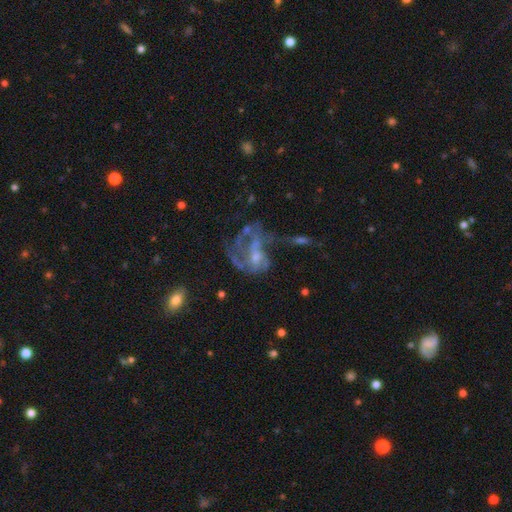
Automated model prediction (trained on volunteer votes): smooth_or_featured: featured or disk (p=0.73) [alt: star or artifact p=0.14]
disk_edge_on: no (p=0.97) [alt: yes p=0.03]
bar: no (p=0.57) [alt: weak p=0.34]
has_spiral_arms: yes (p=0.64) [alt: no p=0.36]
bulge_size: small (p=0.45) [alt: moderate p=0.29]
merging: major disturbance (p=0.45) [alt: none p=0.29]